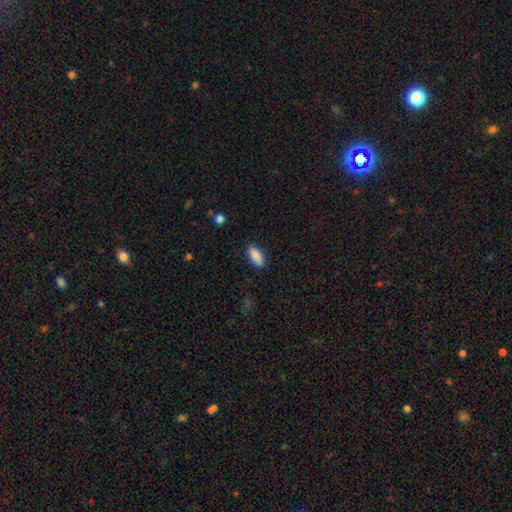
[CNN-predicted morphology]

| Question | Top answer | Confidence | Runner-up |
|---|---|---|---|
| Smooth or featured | smooth | 89% | star or artifact (7%) |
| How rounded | in between | 80% | cigar-shaped (18%) |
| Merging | none | 88% | minor disturbance (9%) |